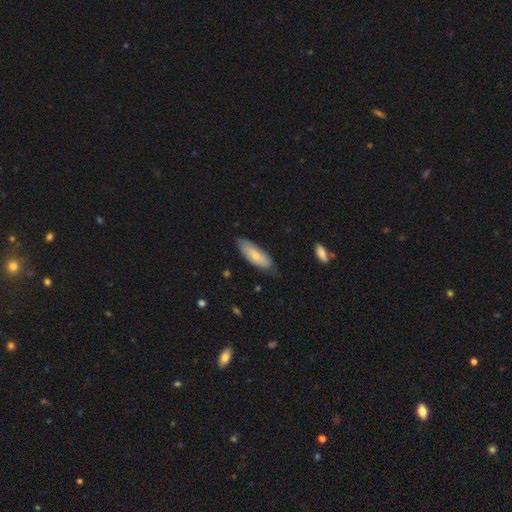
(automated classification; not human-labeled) smooth-or-featured: smooth: 72% | featured or disk: 22% | star or artifact: 6%
  how-rounded: in between: 68% | cigar-shaped: 30% | round: 2%
  merging: none: 70% | minor disturbance: 25% | major disturbance: 4% | merger: 1%